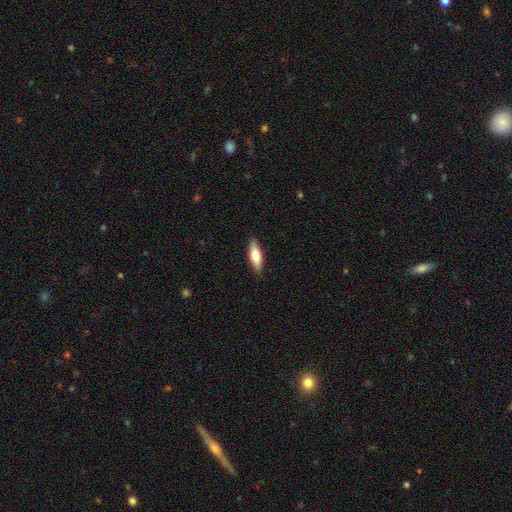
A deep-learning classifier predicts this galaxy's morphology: A smooth galaxy with no disk features (71%) that is in between round and cigar-shaped (50%). Merging: none (89%).